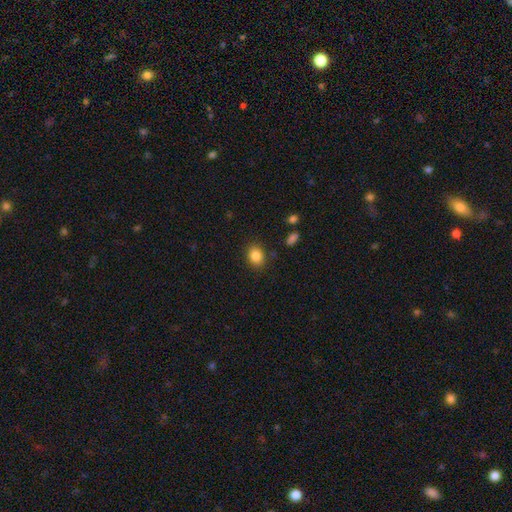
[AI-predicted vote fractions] A smooth galaxy with no disk features (85%) that is round (50%). Merging: none (86%).